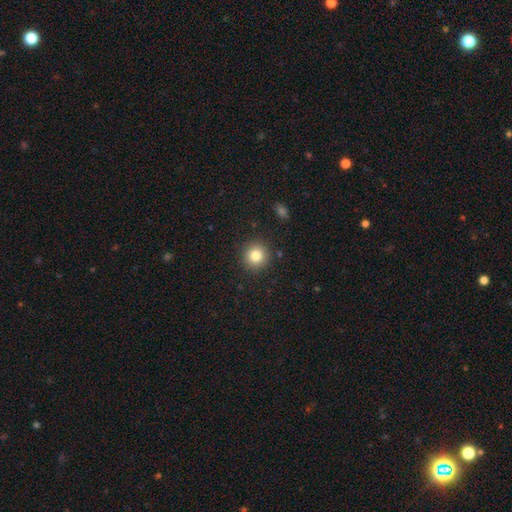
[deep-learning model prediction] Overall: smooth (82%). How rounded: round (94%). Merging: none (90%).